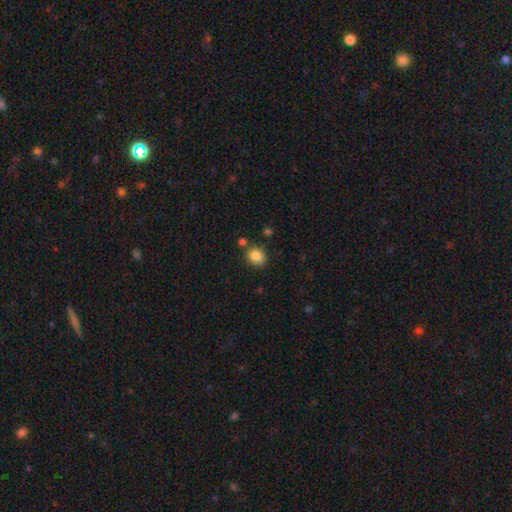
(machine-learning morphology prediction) Smooth or featured? Predicted: smooth (p=0.86). How rounded? Predicted: round (p=0.56). Merging? Predicted: none (p=0.78).